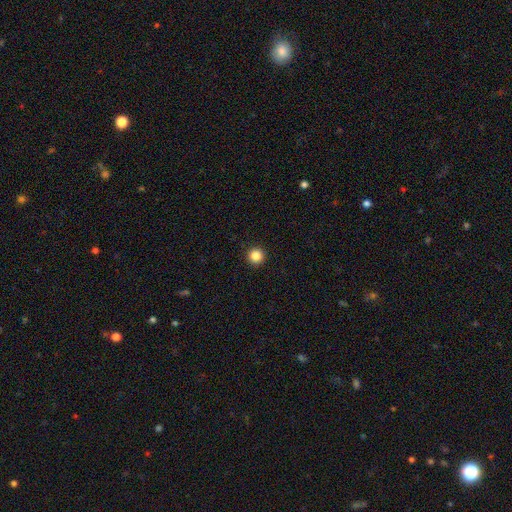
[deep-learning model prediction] smooth_or_featured: smooth (p=0.86) [alt: star or artifact p=0.11]
how_rounded: round (p=0.96) [alt: in between p=0.03]
merging: none (p=0.94) [alt: minor disturbance p=0.04]